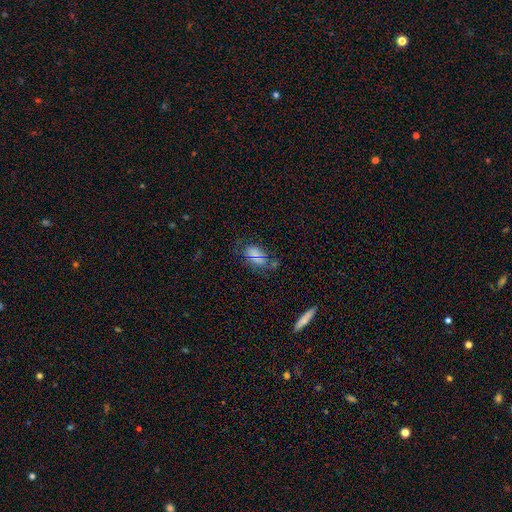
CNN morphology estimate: type=smooth (65%); roundness=in between (88%); merging=none (68%).